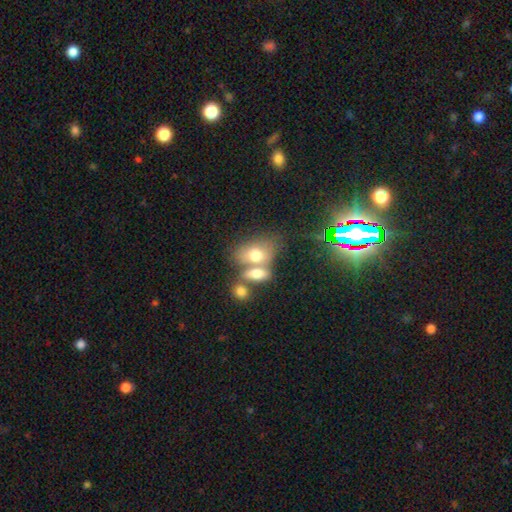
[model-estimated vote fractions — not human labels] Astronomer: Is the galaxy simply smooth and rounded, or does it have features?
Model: smooth — 68%.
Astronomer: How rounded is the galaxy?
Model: in between — 79%.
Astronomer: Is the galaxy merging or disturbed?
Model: merger — 54% (runner-up: none, 30%).